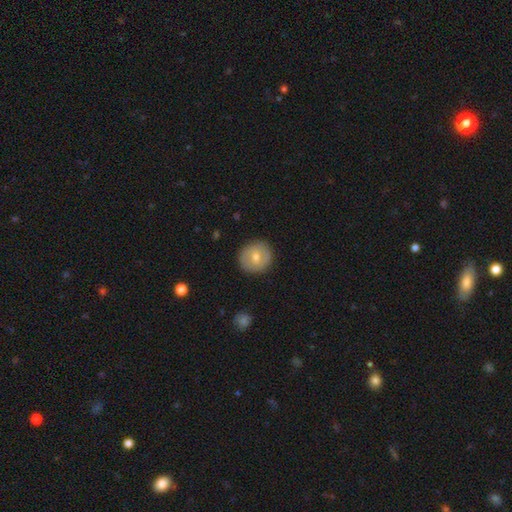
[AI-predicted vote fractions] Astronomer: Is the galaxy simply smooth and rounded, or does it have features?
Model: smooth — 59%.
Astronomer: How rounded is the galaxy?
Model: round — 89%.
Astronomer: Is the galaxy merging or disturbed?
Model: none — 89%.